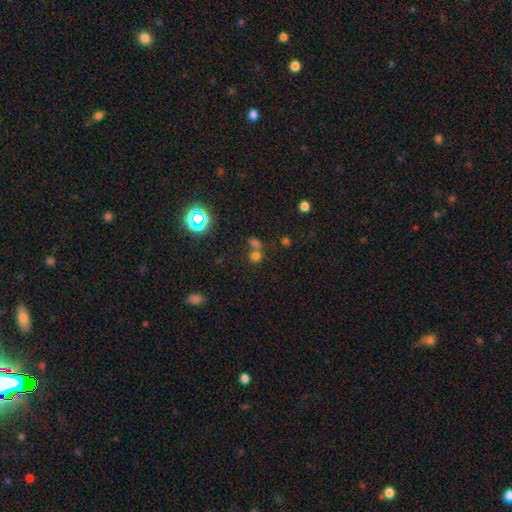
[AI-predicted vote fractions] Smooth or featured?
  - smooth: 58% *
  - star or artifact: 33%
  - featured or disk: 9%
How rounded?
  - round: 75% *
  - in between: 23%
  - cigar-shaped: 2%
Merging?
  - merger: 44% * (tied)
  - none: 44% * (tied)
  - minor disturbance: 7%
  - major disturbance: 4%